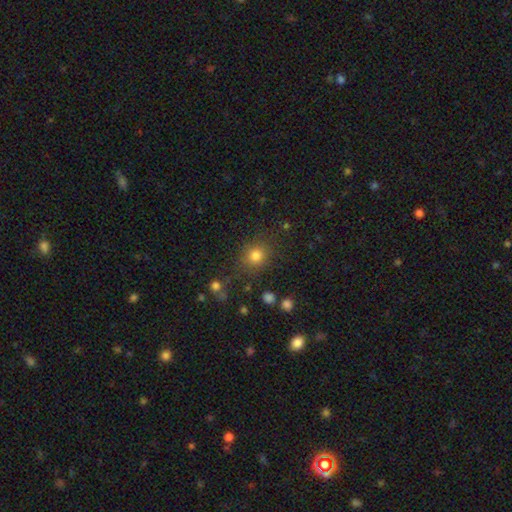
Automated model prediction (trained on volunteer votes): This appears to be a smooth galaxy with no disk features (80%) that is round (82%). Merging: none (79%).